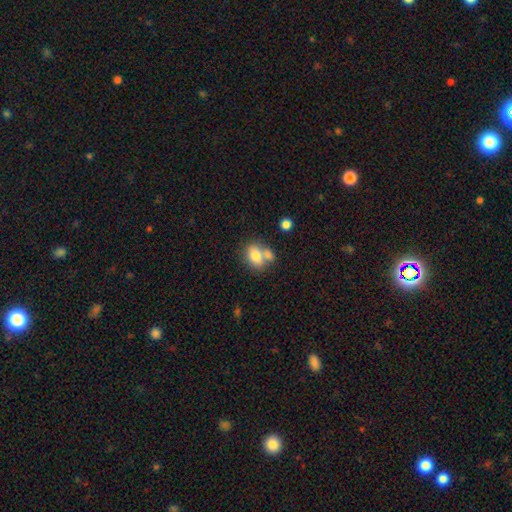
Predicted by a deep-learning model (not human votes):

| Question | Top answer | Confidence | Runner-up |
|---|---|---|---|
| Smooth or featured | smooth | 78% | featured or disk (14%) |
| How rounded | in between | 73% | round (26%) |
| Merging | merger | 43% | none (40%) |